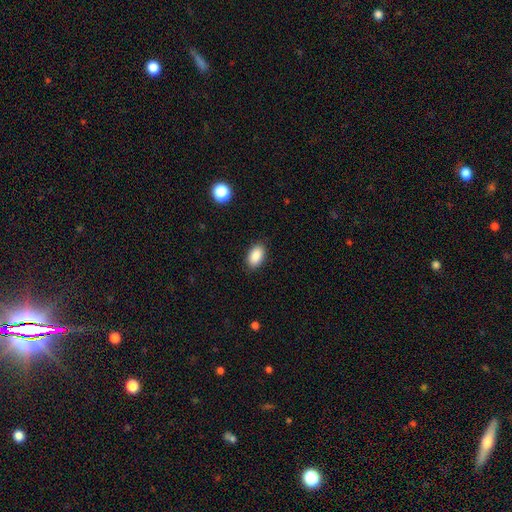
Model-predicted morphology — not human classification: This appears to be a smooth galaxy with no disk features (89%) that is in between round and cigar-shaped (92%). Merging: none (88%).